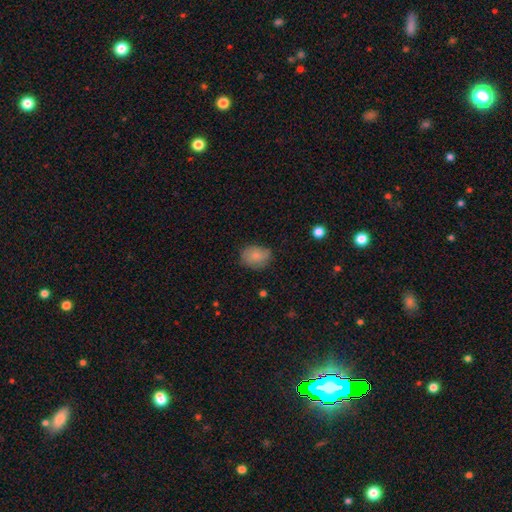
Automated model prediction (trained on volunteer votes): A smooth galaxy with no disk features (82%) that is in between round and cigar-shaped (60%).

Vote fractions:
- Smooth or featured? smooth: 82% / featured or disk: 10% / star or artifact: 8%
- How rounded? in between: 60% / round: 38% / cigar-shaped: 1%
- Merging? none: 70% / minor disturbance: 24% / major disturbance: 5% / merger: 1%